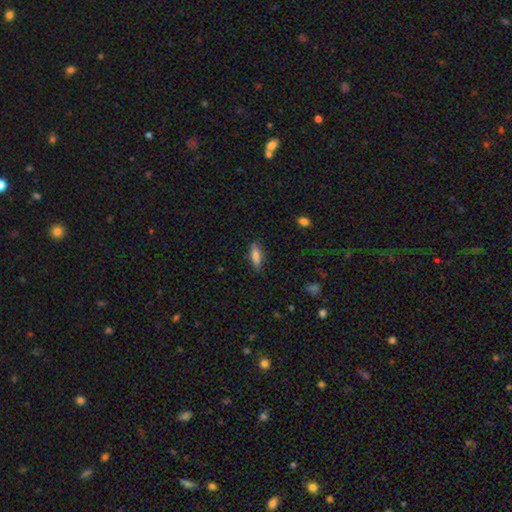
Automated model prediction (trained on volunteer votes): smooth 79%, featured or disk 14%, star or artifact 8%. Down the decision tree: how rounded — cigar-shaped (50%); merging — none (84%).